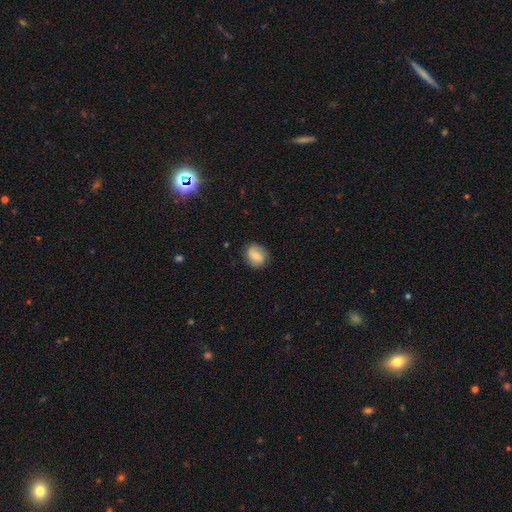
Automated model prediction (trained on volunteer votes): A smooth galaxy with no disk features (57%) that is round (70%). Merging: none (82%).